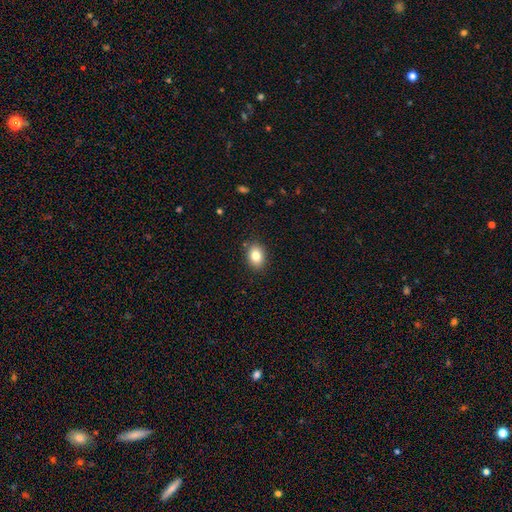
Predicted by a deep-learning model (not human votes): Morphology: type=smooth (83%); roundness=in between (75%); merging=none (87%).